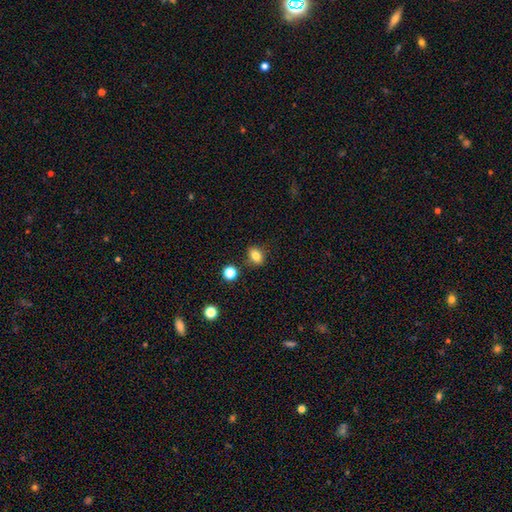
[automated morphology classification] A smooth galaxy with no disk features (81%) that is in between round and cigar-shaped (57%).

Vote fractions:
- Smooth or featured? smooth: 81% / star or artifact: 12% / featured or disk: 7%
- How rounded? in between: 57% / round: 42% / cigar-shaped: 1%
- Merging? none: 83% / minor disturbance: 10% / merger: 4% / major disturbance: 3%